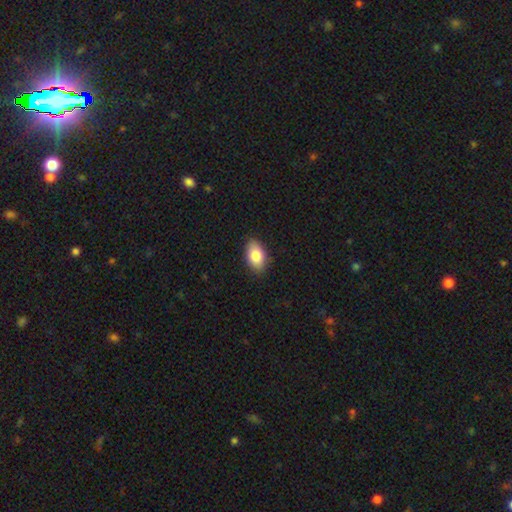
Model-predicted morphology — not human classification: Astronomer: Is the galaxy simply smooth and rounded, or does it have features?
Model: smooth — 83%.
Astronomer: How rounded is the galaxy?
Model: in between — 90%.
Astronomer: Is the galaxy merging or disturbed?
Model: none — 87%.